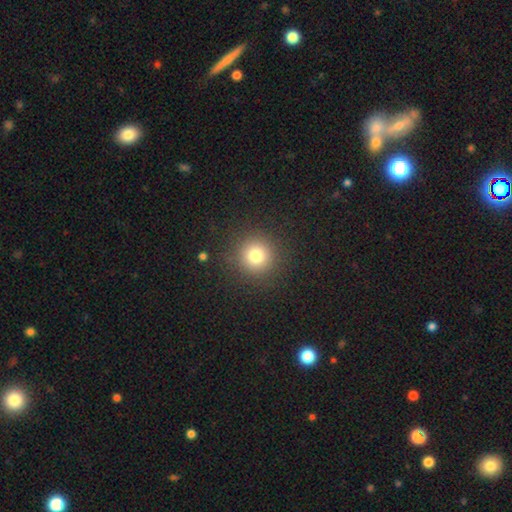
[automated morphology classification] smooth-or-featured: smooth: 78% | star or artifact: 15% | featured or disk: 8%
  how-rounded: round: 95% | in between: 4% | cigar-shaped: 1%
  merging: none: 90% | minor disturbance: 6% | major disturbance: 3% | merger: 1%